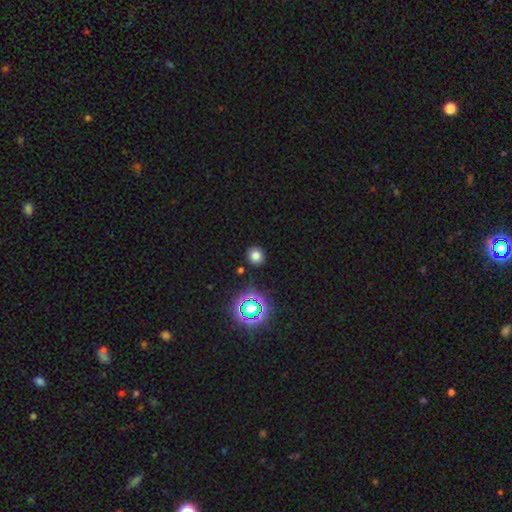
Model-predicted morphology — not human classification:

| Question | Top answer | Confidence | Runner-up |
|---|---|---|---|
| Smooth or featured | smooth | 74% | star or artifact (20%) |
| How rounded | round | 86% | in between (13%) |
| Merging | none | 87% | minor disturbance (7%) |